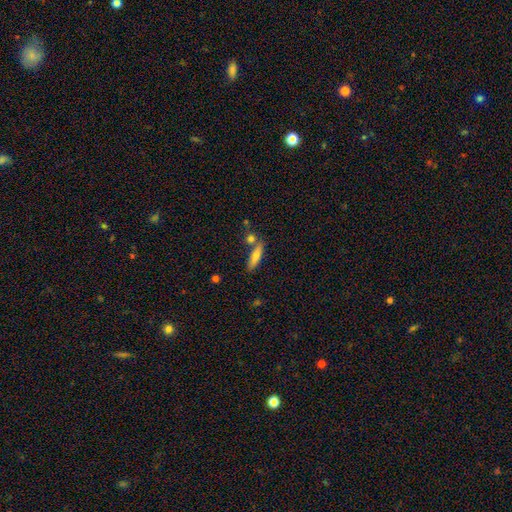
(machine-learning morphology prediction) smooth_or_featured: smooth (p=0.70) [alt: featured or disk p=0.23]
how_rounded: cigar-shaped (p=0.72) [alt: in between p=0.25]
merging: none (p=0.68) [alt: merger p=0.16]